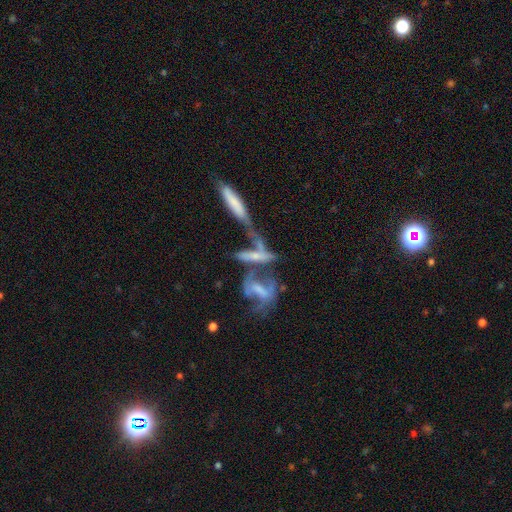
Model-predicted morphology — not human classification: Smooth or featured? featured or disk (54%)
Edge-on disk? no (64%)
Merging? merger (59%)